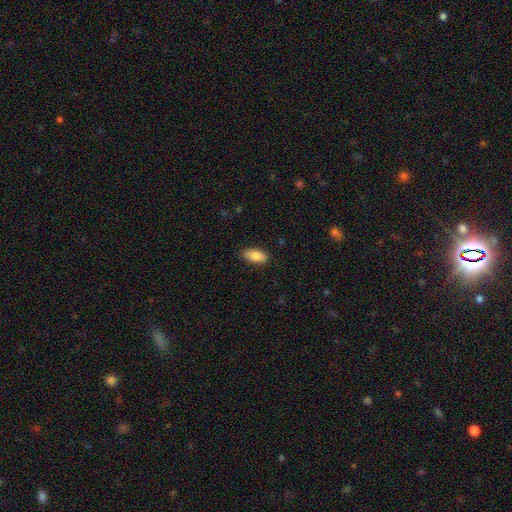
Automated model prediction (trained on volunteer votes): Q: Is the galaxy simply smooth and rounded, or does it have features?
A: smooth — 85%.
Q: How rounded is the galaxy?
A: in between — 89%.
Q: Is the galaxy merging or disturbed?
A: none — 86%.